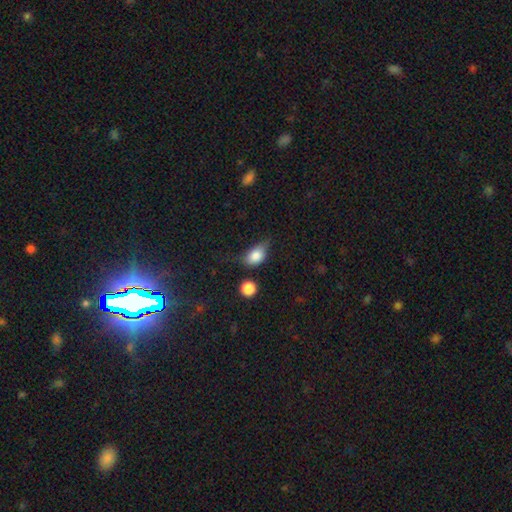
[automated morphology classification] This appears to be a smooth galaxy with no disk features (77%) that is in between round and cigar-shaped (75%). Merging: minor disturbance (41%).